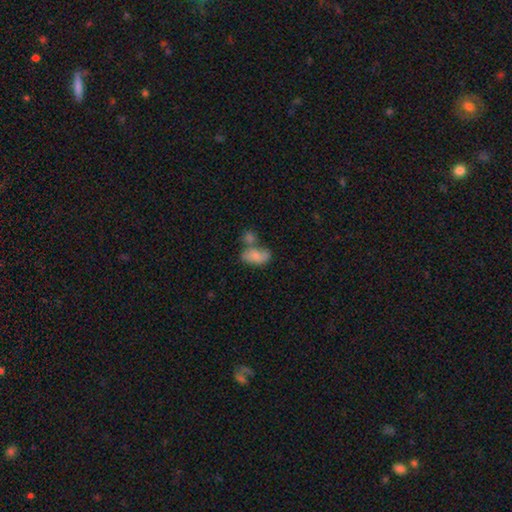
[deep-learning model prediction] Smooth or featured: smooth — 76% (featured or disk — 17%)
How rounded: in between — 90% (round — 8%)
Merging: merger — 45% (none — 33%)